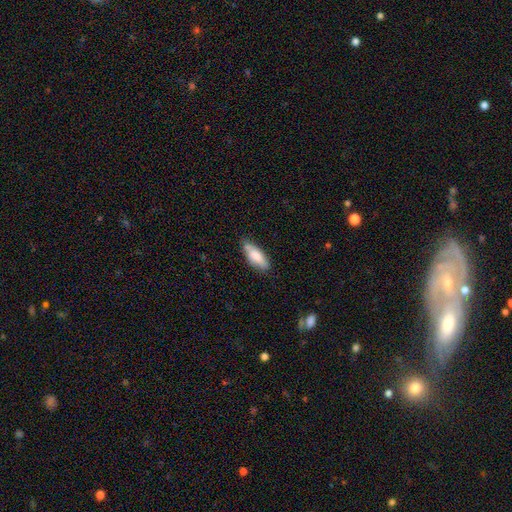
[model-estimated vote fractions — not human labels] A smooth galaxy with no disk features (77%) that is in between round and cigar-shaped (67%).

Vote fractions:
- Smooth or featured? smooth: 77% / featured or disk: 16% / star or artifact: 6%
- How rounded? in between: 67% / cigar-shaped: 32% / round: 2%
- Merging? none: 68% / minor disturbance: 24% / major disturbance: 4% / merger: 3%